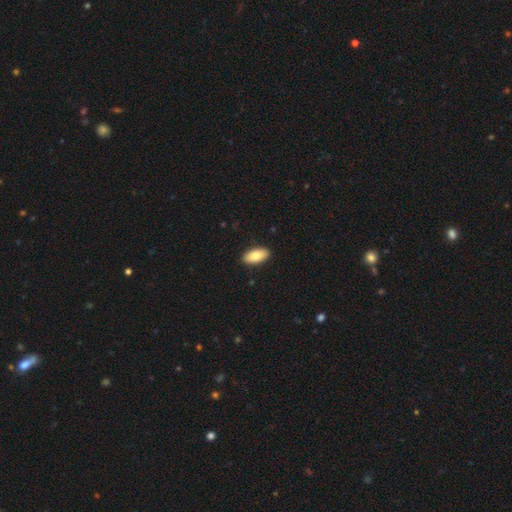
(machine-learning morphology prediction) Smooth or featured: smooth — 82% (featured or disk — 12%)
How rounded: in between — 92% (cigar-shaped — 6%)
Merging: none — 91% (minor disturbance — 7%)